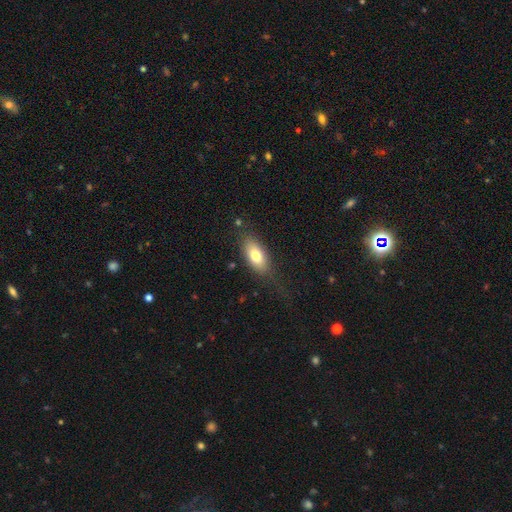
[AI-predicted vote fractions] smooth 75%, featured or disk 18%, star or artifact 8%. Down the decision tree: how rounded — in between (86%); merging — none (71%).